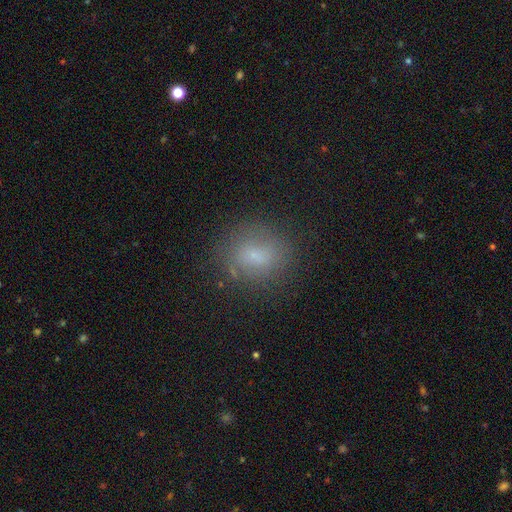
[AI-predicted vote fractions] This is likely a smooth galaxy (65%). How rounded: possibly round (59%). Merging: likely none (77%).